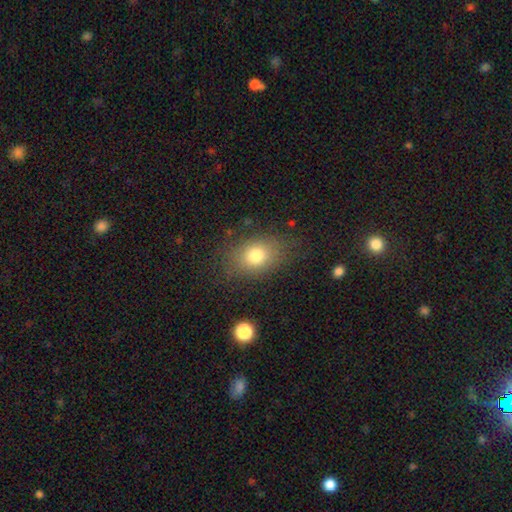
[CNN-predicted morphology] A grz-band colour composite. It shows a smooth galaxy with no disk features (77%) that is in between round and cigar-shaped (69%). Merging: none (78%).